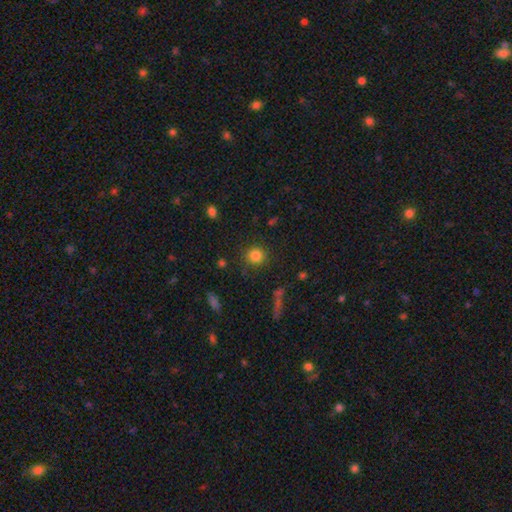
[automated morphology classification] This is clearly a smooth galaxy (82%). How rounded: clearly round (90%). Merging: clearly none (87%).